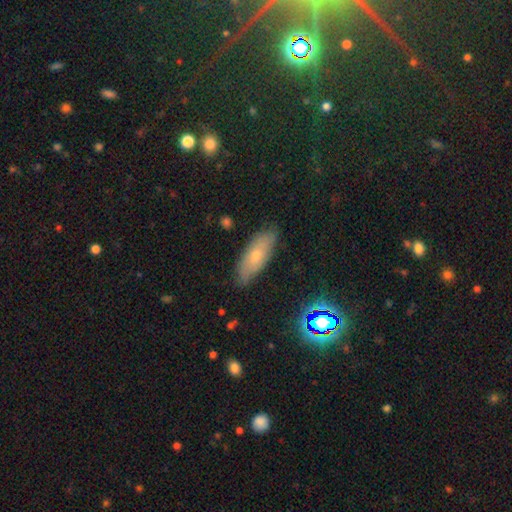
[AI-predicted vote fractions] Overall: smooth (54%; featured or disk 34%). How rounded: in between (67%; cigar-shaped 30%). Merging: none (81%).